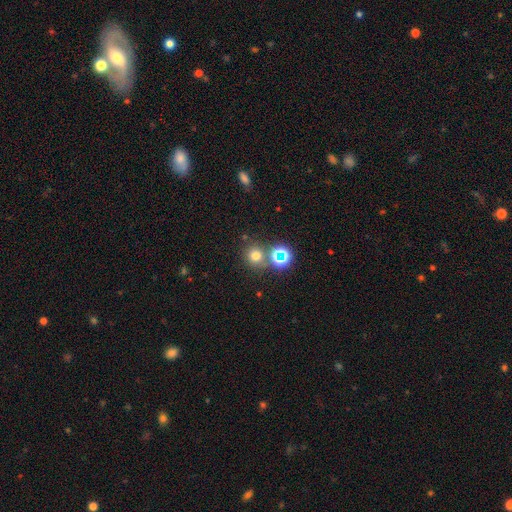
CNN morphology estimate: A smooth galaxy with no disk features (66%) that is round (90%). Merging: none (73%).